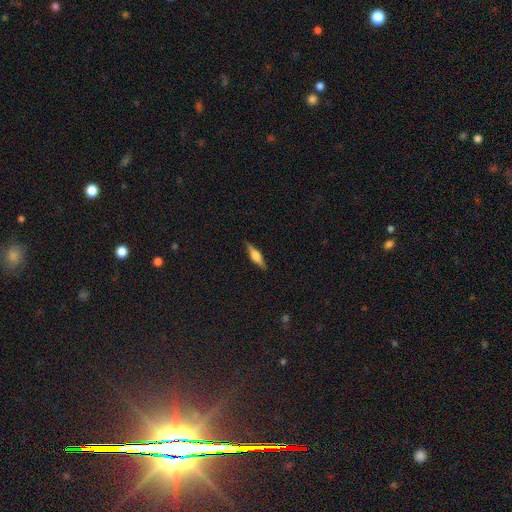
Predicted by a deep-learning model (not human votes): smooth-or-featured: featured or disk: 62% | smooth: 32% | star or artifact: 7%
  disk-edge-on: yes: 96% | no: 4%
    edge-on-bulge: rounded: 86% | boxy: 11% | none: 3%
  merging: none: 89% | minor disturbance: 8% | major disturbance: 2% | merger: 1%